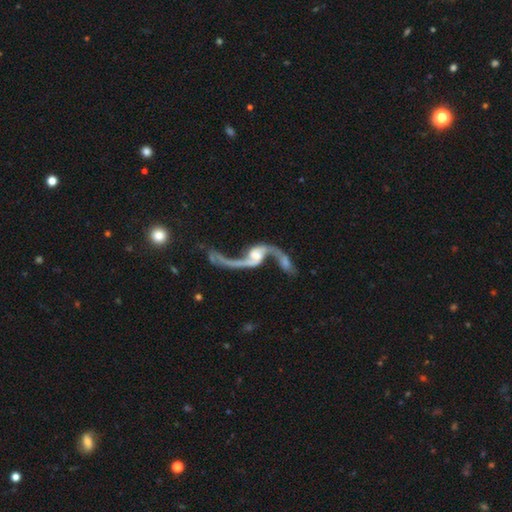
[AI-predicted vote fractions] featured or disk 89%, smooth 6%, star or artifact 6%. Down the decision tree: edge-on disk — no (95%); bar — no (45%); spiral arms — yes (94%); spiral arm count — 2 (91%); spiral winding — loose (93%); bulge size — moderate (34%); merging — merger (37%).